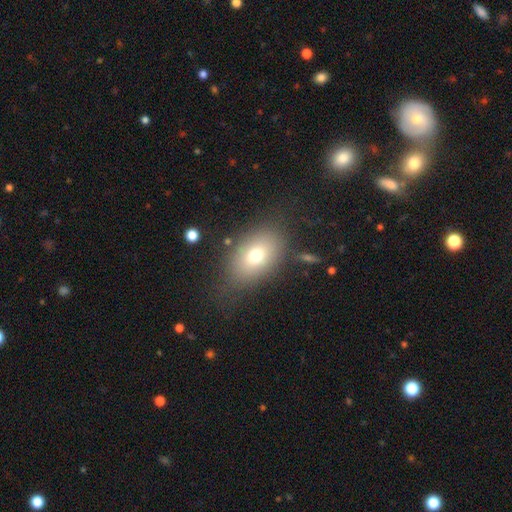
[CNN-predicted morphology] smooth 72%, featured or disk 17%, star or artifact 11%. Down the decision tree: how rounded — in between (81%); merging — none (73%).